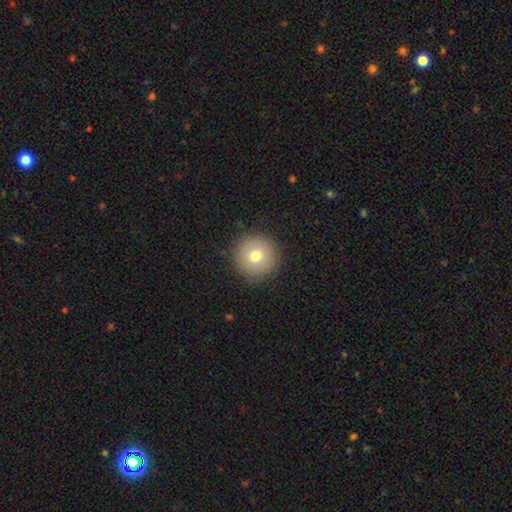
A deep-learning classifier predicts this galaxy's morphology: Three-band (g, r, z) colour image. It shows a smooth galaxy with no disk features (75%) that is round (96%). Merging: none (90%).